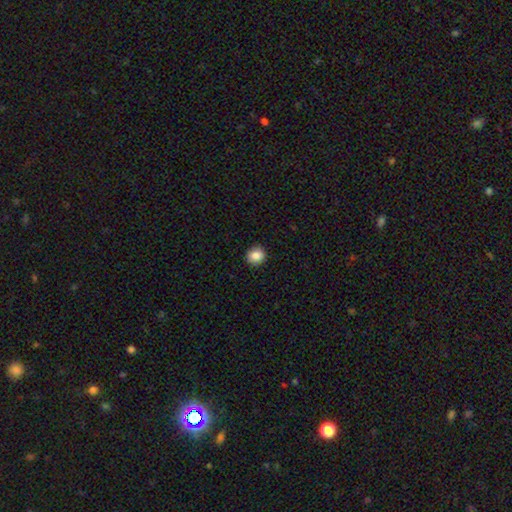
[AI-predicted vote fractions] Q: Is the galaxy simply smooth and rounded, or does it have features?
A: smooth — 87%.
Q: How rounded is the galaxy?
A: round — 84%.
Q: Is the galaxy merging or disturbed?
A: none — 91%.